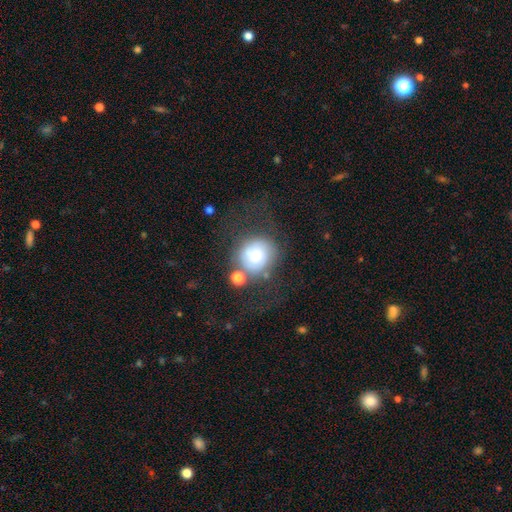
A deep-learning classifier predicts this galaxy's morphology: Smooth or featured? smooth (54%)
How rounded? round (86%)
Merging? none (55%)